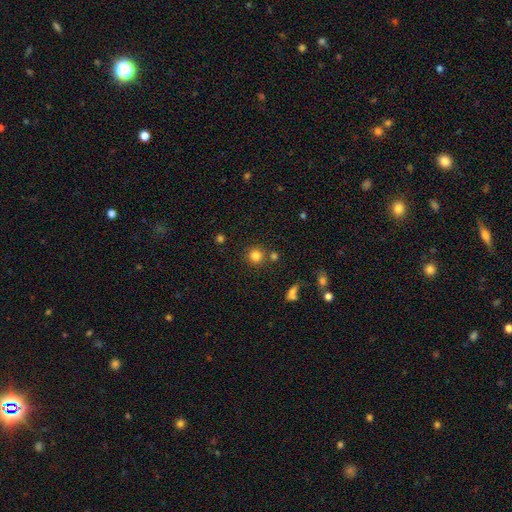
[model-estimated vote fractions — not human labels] smooth-or-featured: smooth: 82% | star or artifact: 13% | featured or disk: 6%
  how-rounded: round: 92% | in between: 7% | cigar-shaped: 1%
  merging: none: 78% | merger: 11% | minor disturbance: 8% | major disturbance: 3%